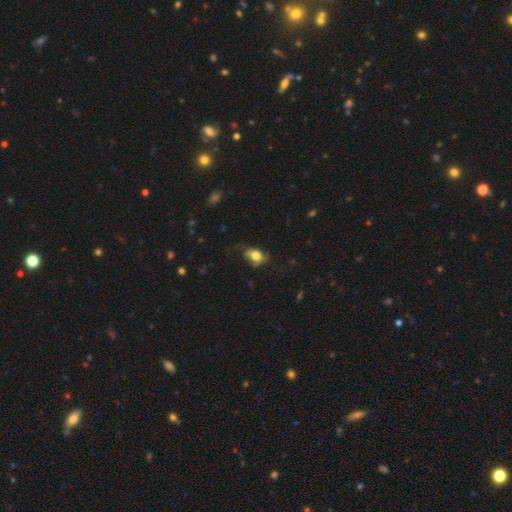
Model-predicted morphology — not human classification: smooth-or-featured: smooth: 72% | featured or disk: 19% | star or artifact: 9%
  how-rounded: in between: 74% | round: 24% | cigar-shaped: 2%
  merging: none: 50% | minor disturbance: 31% | major disturbance: 18% | merger: 2%